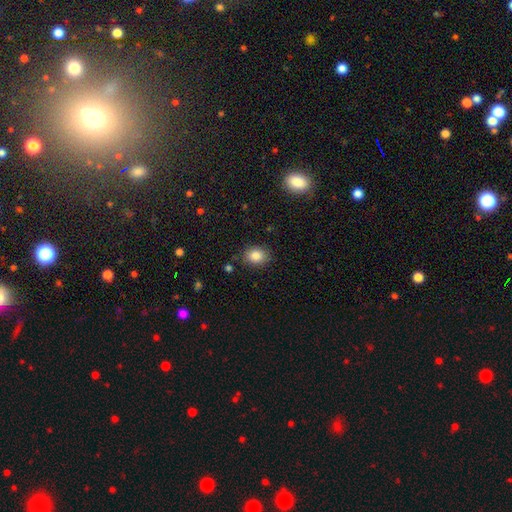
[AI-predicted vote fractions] Q: Smooth or featured?
A: smooth (85%); runner-up: star or artifact (10%)
Q: How rounded?
A: in between (50%); runner-up: round (49%)
Q: Merging?
A: none (86%); runner-up: minor disturbance (10%)